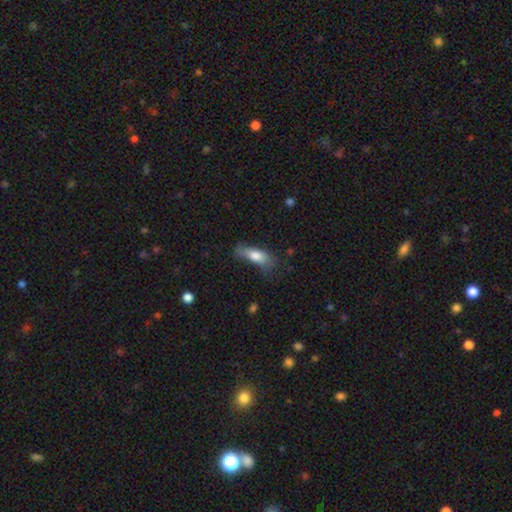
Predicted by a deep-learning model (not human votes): Q: Smooth or featured?
A: smooth (72%); runner-up: featured or disk (21%)
Q: How rounded?
A: in between (68%); runner-up: cigar-shaped (29%)
Q: Merging?
A: none (47%); runner-up: minor disturbance (32%)